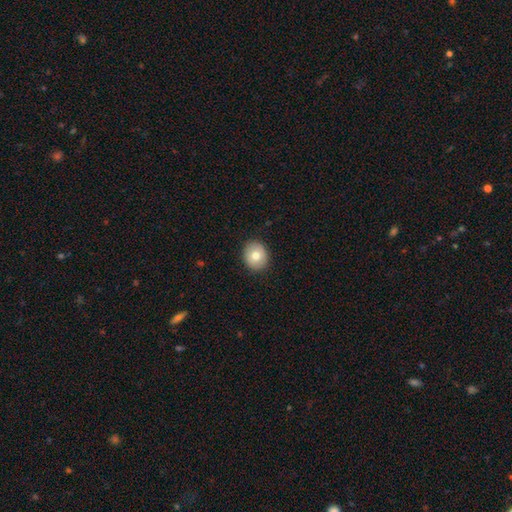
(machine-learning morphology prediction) smooth 76%, featured or disk 16%, star or artifact 8%. Down the decision tree: how rounded — round (73%); merging — none (89%).